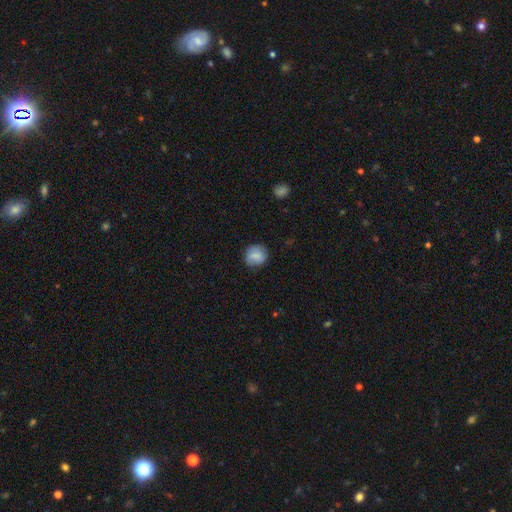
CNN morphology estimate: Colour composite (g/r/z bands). It shows a smooth galaxy with no disk features (75%) that is round (82%). Merging: none (81%).